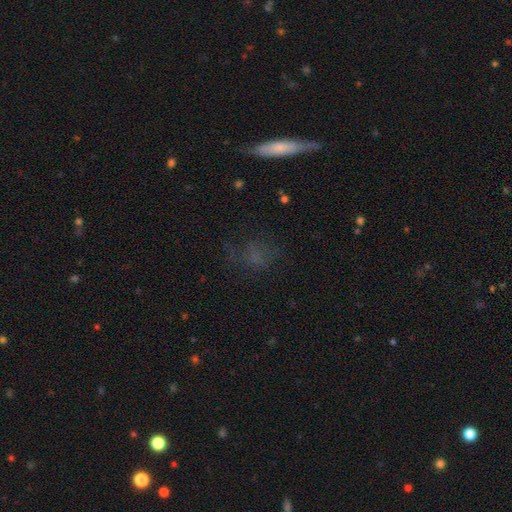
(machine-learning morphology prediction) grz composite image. It shows a smooth galaxy with no disk features (54%) that is round (49%). Merging: none (63%).